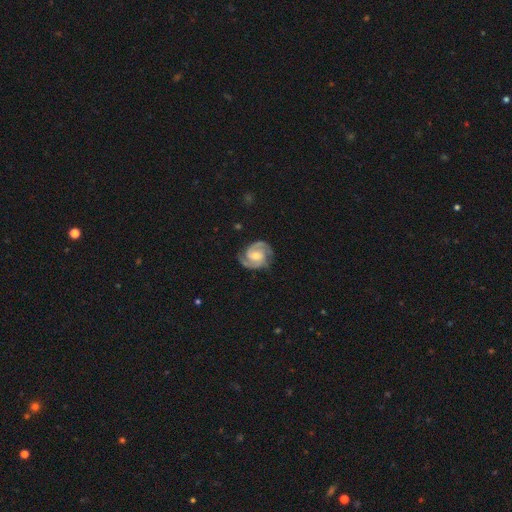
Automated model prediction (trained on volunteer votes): A featured or disk galaxy (91%) with no bar (47%), 2 (88%) tight (51%) spiral arms (98%) and a moderate central bulge (59%). Merging: none (81%).